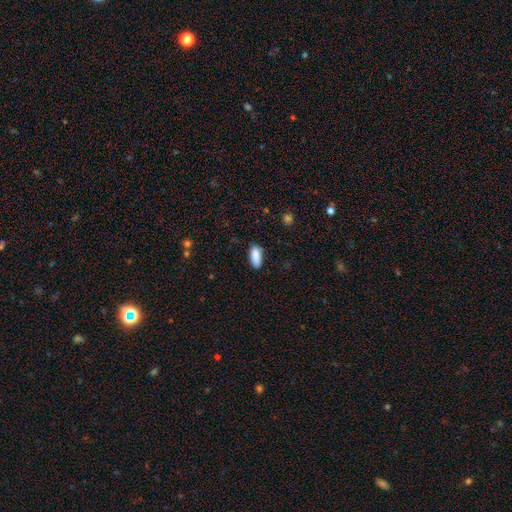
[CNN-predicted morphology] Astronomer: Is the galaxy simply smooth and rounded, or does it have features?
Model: smooth — 88%.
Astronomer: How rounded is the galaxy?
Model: in between — 84%.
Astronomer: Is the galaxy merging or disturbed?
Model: none — 80%.